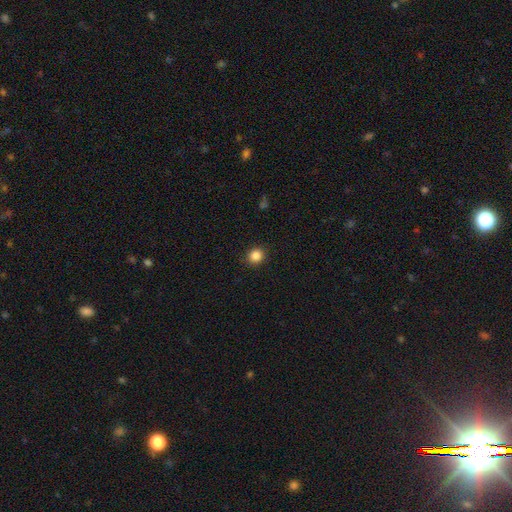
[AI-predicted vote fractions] Morphology: type=smooth (86%); roundness=round (83%); merging=none (91%).